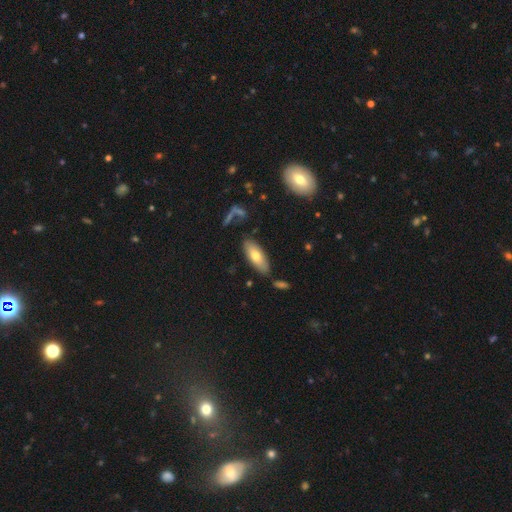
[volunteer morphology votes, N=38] Q: Smooth or featured?
A: smooth (71%); runner-up: featured or disk (29%)
Q: How rounded?
A: cigar-shaped (59%); runner-up: in between (37%)
Q: Merging?
A: none (76%); runner-up: minor disturbance (16%)